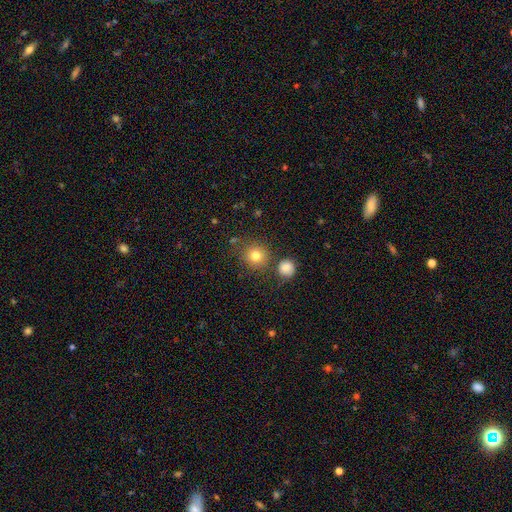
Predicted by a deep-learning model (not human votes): This appears to be a smooth galaxy with no disk features (79%) that is round (93%). Merging: none (80%).